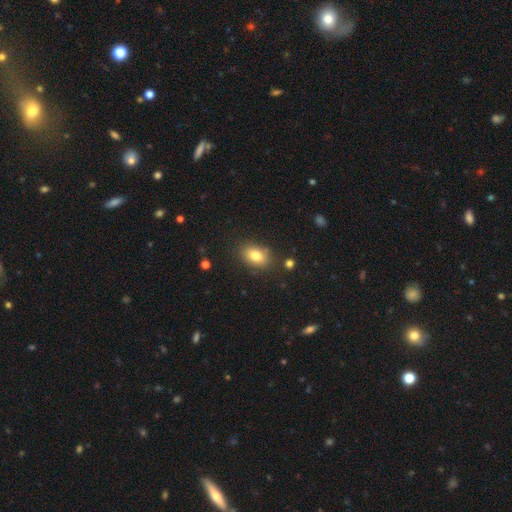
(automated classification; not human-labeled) smooth 81%, featured or disk 9%, star or artifact 9%. Down the decision tree: how rounded — in between (84%); merging — none (83%).